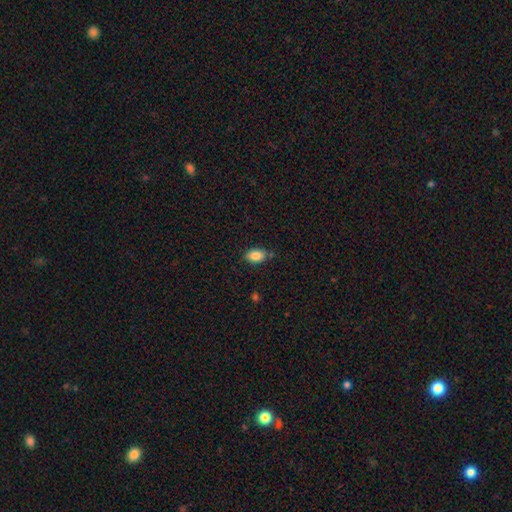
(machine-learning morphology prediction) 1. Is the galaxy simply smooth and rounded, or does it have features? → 86% smooth, 8% star or artifact, 6% featured or disk.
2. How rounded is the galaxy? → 87% in between, 11% round, 2% cigar-shaped.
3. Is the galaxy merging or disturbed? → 78% none, 15% minor disturbance, 4% merger, 3% major disturbance.